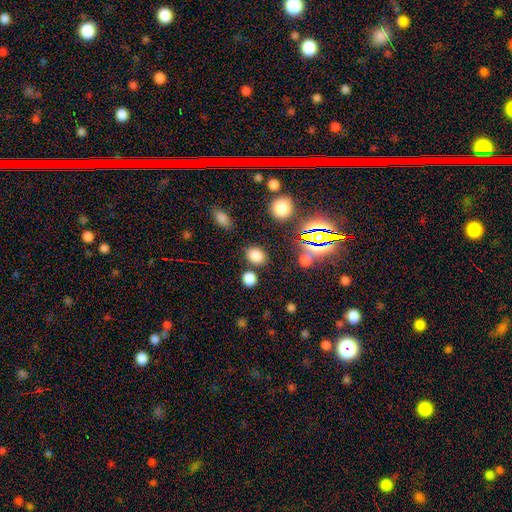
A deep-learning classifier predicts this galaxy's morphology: A smooth galaxy with no disk features (77%) that is round (54%).

Vote fractions:
- Smooth or featured? smooth: 77% / star or artifact: 17% / featured or disk: 5%
- How rounded? round: 54% / in between: 44% / cigar-shaped: 1%
- Merging? none: 81% / minor disturbance: 10% / merger: 6% / major disturbance: 3%